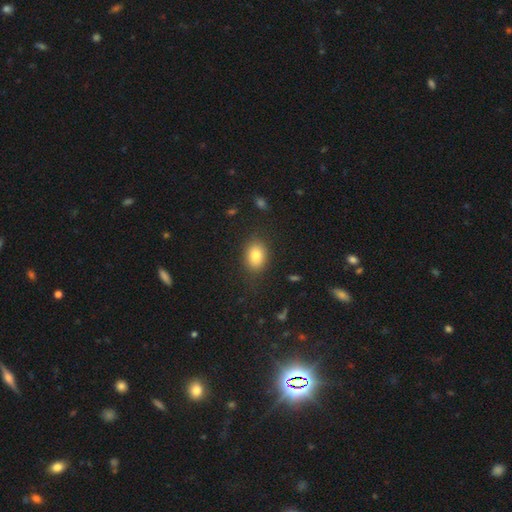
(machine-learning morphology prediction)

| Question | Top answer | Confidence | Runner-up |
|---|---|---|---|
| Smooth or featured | smooth | 82% | star or artifact (9%) |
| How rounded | in between | 68% | round (31%) |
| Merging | none | 83% | minor disturbance (12%) |